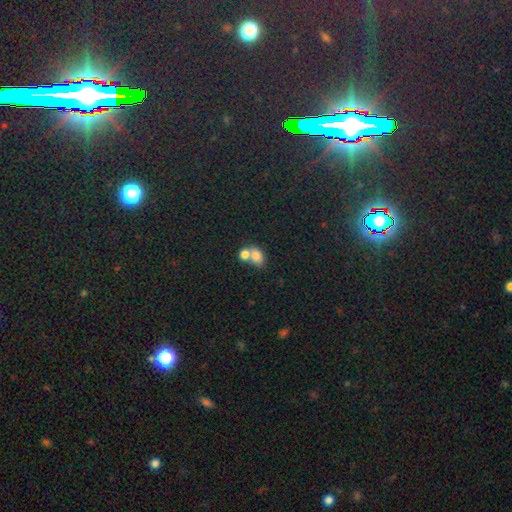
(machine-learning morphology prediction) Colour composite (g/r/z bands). It shows a smooth galaxy with no disk features (78%) that is in between round and cigar-shaped (64%). Merging: merger (65%).